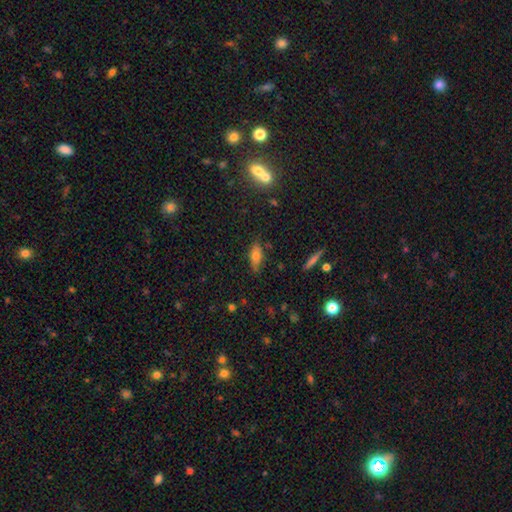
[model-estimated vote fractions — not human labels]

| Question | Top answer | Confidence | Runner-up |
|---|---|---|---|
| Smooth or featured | smooth | 68% | featured or disk (20%) |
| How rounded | in between | 75% | cigar-shaped (21%) |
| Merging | none | 79% | minor disturbance (16%) |